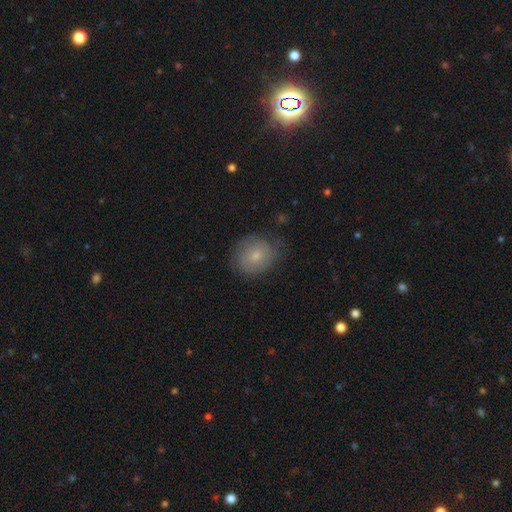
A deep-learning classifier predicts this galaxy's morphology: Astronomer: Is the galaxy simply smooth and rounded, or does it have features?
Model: smooth — 65%.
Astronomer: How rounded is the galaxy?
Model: round — 73%.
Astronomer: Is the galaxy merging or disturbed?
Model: none — 70%.